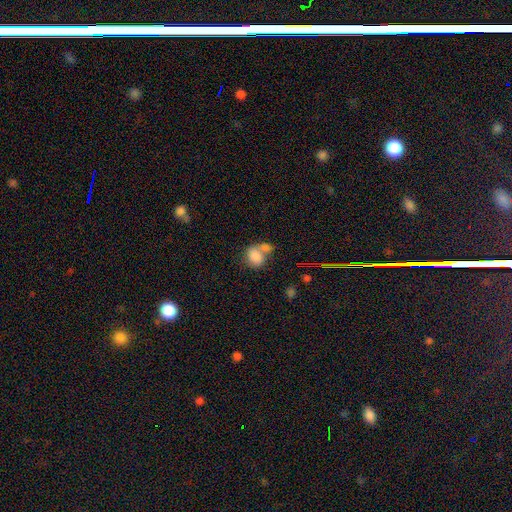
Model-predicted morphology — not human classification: This appears to be a smooth galaxy with no disk features (78%) that is in between round and cigar-shaped (55%). Merging: merger (54%).